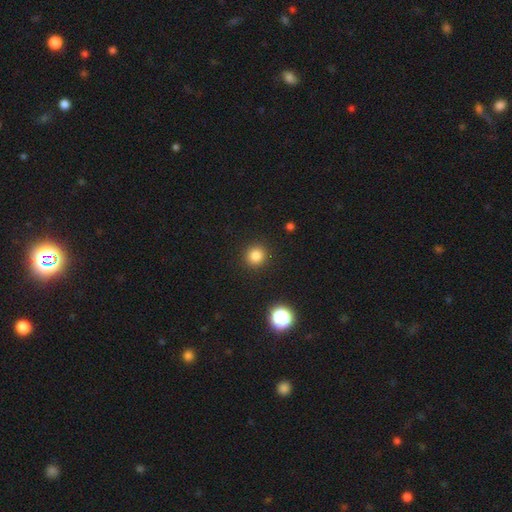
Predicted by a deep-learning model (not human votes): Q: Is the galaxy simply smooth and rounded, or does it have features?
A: smooth — 83%.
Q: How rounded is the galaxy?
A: round — 93%.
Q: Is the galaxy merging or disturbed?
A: none — 92%.